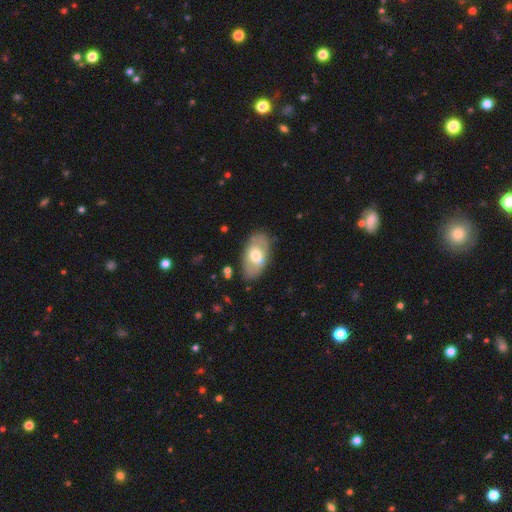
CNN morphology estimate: Smooth or featured? smooth (58%)
How rounded? in between (93%)
Merging? none (80%)